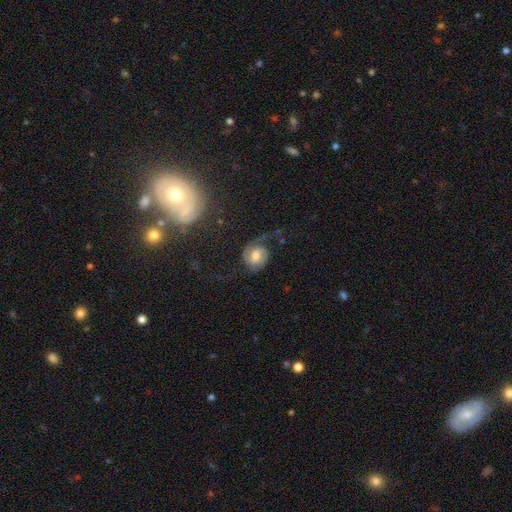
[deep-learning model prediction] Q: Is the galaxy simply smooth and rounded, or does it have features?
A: featured or disk — 76%.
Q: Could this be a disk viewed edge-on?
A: no — 97%.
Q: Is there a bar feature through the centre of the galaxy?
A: no — 45%.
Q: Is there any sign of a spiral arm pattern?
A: yes — 96%.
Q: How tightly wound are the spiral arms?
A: medium — 44%.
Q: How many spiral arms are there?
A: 2 — 79%.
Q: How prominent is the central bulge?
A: moderate — 56%.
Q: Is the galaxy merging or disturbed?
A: none — 55%.